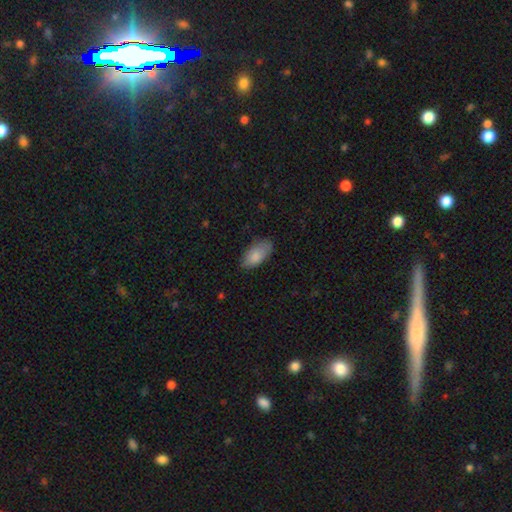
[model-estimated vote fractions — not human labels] Smooth or featured: smooth — 85% (featured or disk — 8%)
How rounded: in between — 92% (cigar-shaped — 6%)
Merging: none — 75% (minor disturbance — 20%)